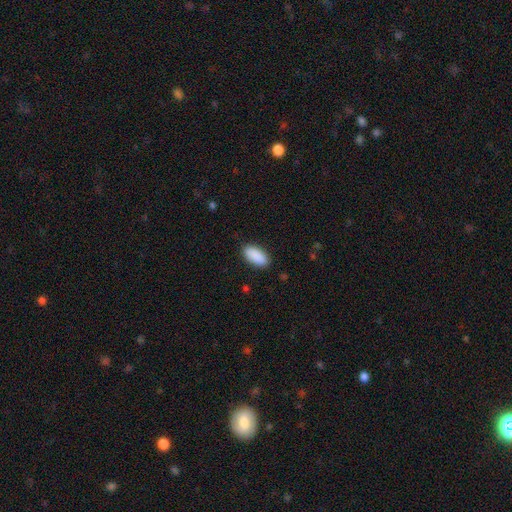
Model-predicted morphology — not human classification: This is clearly a smooth galaxy (91%). How rounded: clearly in between (92%). Merging: clearly none (88%).